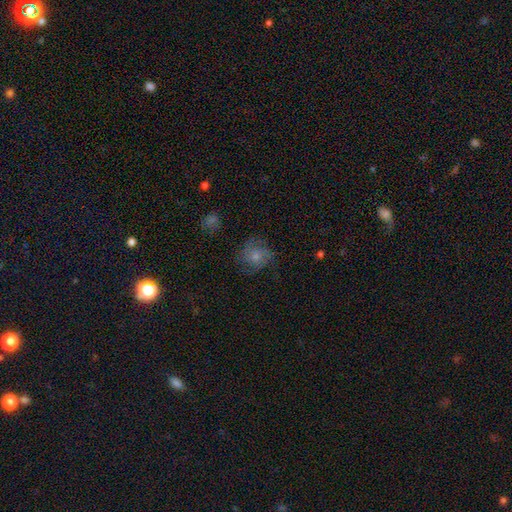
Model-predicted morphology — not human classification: This appears to be a smooth galaxy with no disk features (63%) that is round (80%). Merging: none (65%).